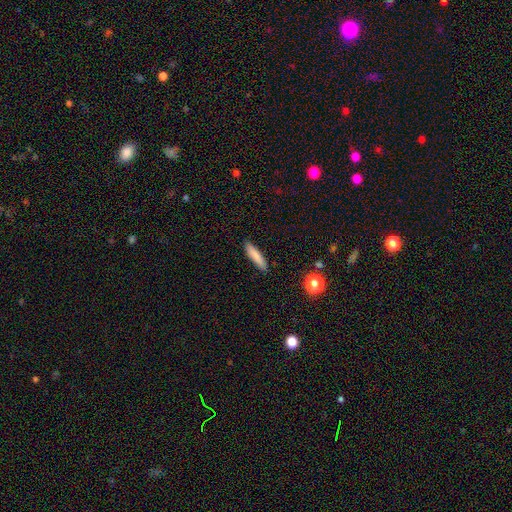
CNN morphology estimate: Smooth or featured?
  - smooth: 83% *
  - featured or disk: 10%
  - star or artifact: 7%
How rounded?
  - cigar-shaped: 83% *
  - in between: 16%
  - round: 2%
Merging?
  - none: 89% *
  - minor disturbance: 8%
  - major disturbance: 2%
  - merger: 1%